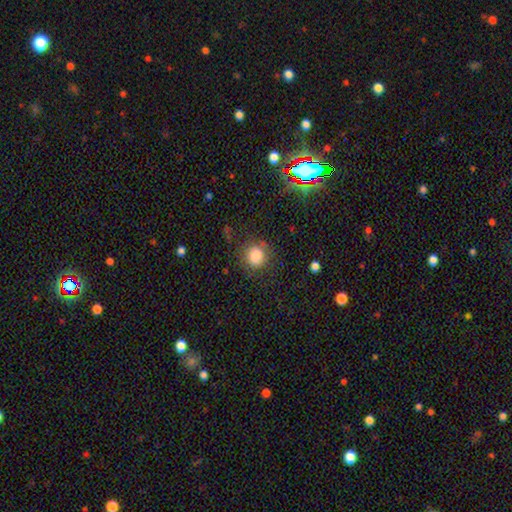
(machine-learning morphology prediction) The model was most divided on "merging": none: 77%, minor disturbance: 14%, major disturbance: 6%, merger: 2%. More confident: how rounded — round (85%); smooth or featured — smooth (84%).